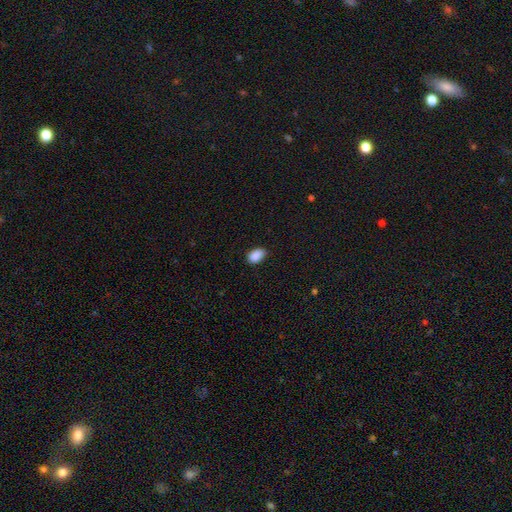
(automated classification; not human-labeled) The model was most divided on "merging": none: 78%, minor disturbance: 18%, major disturbance: 3%, merger: 1%. More confident: how rounded — in between (89%); smooth or featured — smooth (89%).